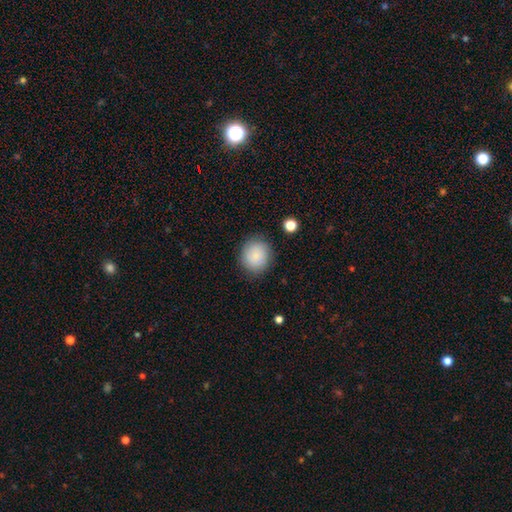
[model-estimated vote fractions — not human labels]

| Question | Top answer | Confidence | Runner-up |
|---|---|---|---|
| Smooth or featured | smooth | 85% | star or artifact (8%) |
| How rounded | round | 84% | in between (16%) |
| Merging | none | 85% | minor disturbance (10%) |